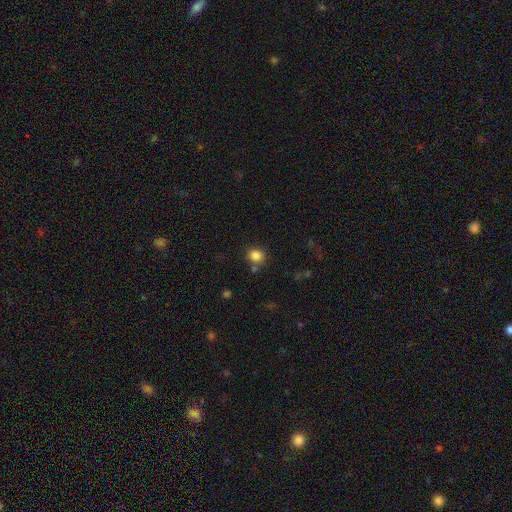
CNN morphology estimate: smooth_or_featured: smooth (p=0.85) [alt: star or artifact p=0.11]
how_rounded: round (p=0.81) [alt: in between p=0.18]
merging: none (p=0.75) [alt: minor disturbance p=0.12]